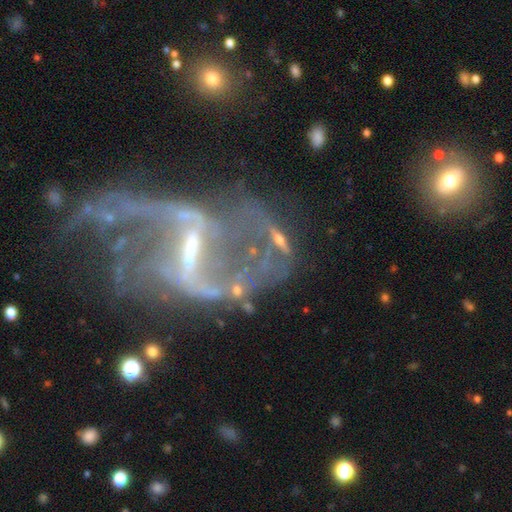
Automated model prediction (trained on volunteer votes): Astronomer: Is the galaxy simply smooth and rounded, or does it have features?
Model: featured or disk — 88%.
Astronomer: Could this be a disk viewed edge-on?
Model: no — 97%.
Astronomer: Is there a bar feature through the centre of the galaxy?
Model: strong — 52% (runner-up: weak, 38%).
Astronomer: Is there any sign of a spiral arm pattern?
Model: yes — 91%.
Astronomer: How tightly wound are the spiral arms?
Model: loose — 78%.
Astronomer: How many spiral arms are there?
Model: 2 — 84%.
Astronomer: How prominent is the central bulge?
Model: small — 56%.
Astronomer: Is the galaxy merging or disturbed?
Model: none — 39% (runner-up: major disturbance, 34%).